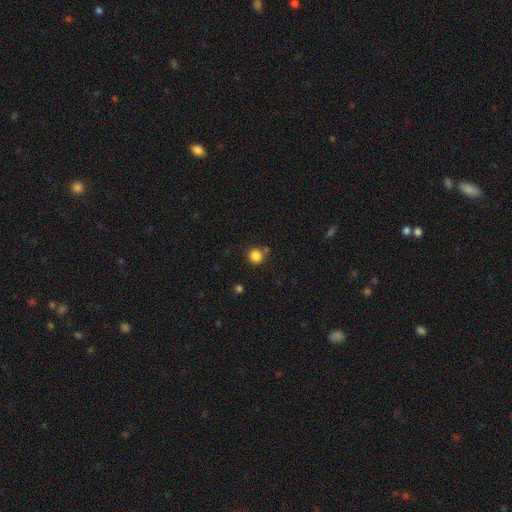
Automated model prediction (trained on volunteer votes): Smooth or featured: smooth — 84% (star or artifact — 12%)
How rounded: round — 92% (in between — 7%)
Merging: none — 78% (minor disturbance — 11%)